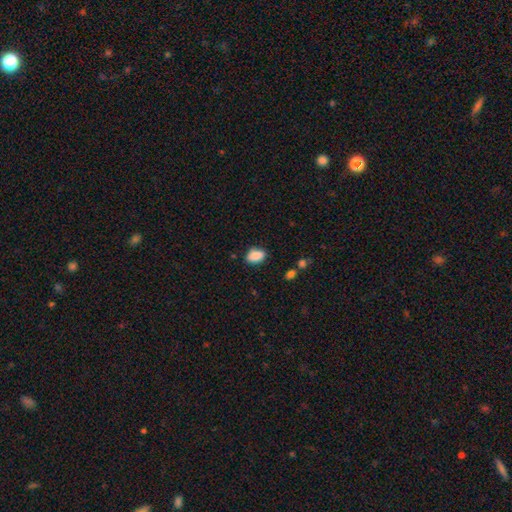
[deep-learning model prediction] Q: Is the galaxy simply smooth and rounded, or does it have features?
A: smooth — 87%.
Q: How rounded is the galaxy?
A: in between — 84%.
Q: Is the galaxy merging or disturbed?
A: none — 77%.